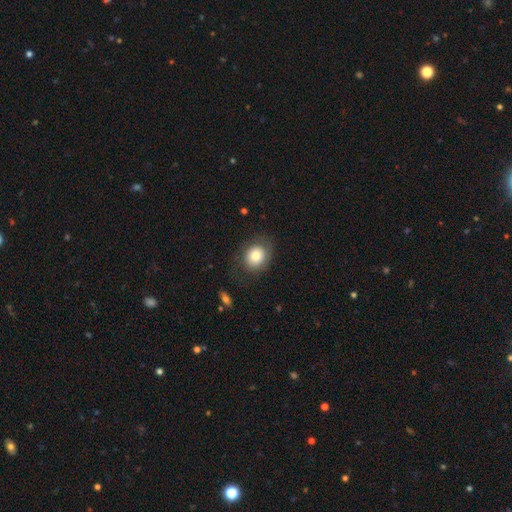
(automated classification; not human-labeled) Smooth or featured? Predicted: smooth (p=0.77). How rounded? Predicted: round (p=0.68). Merging? Predicted: none (p=0.76).